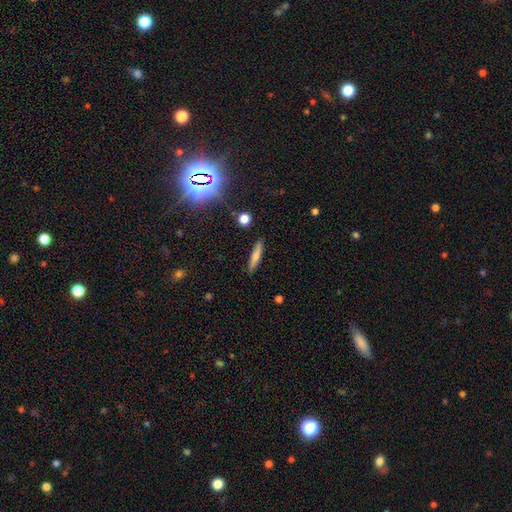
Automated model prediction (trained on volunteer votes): Overall: smooth (70%). How rounded: cigar-shaped (87%). Merging: none (88%).